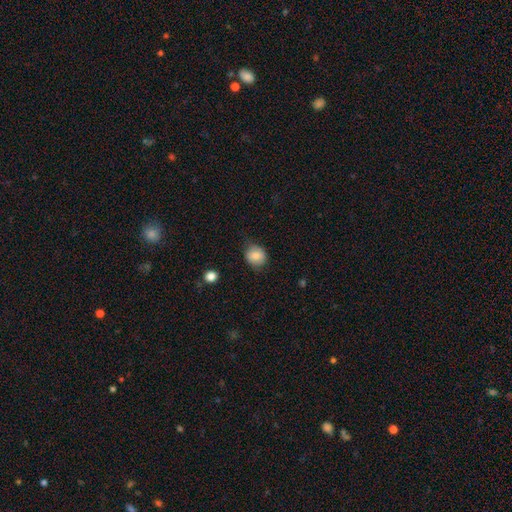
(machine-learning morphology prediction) This appears to be a smooth galaxy with no disk features (81%) that is round (77%). Merging: none (75%).